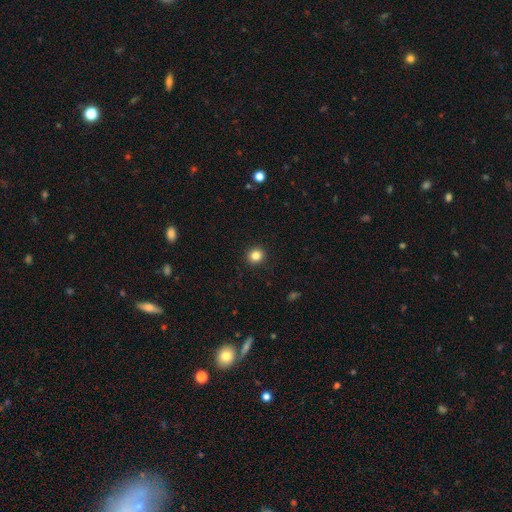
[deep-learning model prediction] This is clearly a smooth galaxy (84%). How rounded: clearly round (87%). Merging: clearly none (92%).